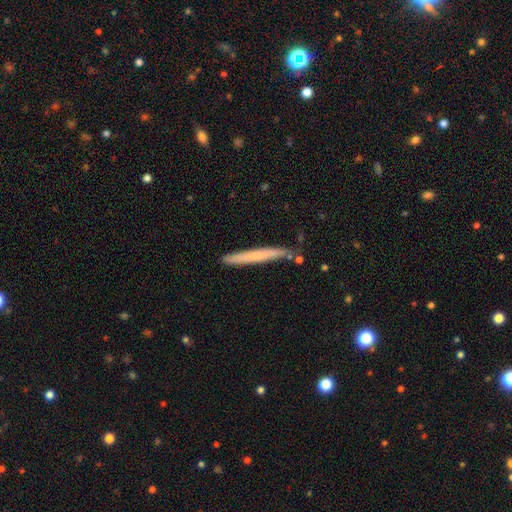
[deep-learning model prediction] A smooth galaxy with no disk features (64%) that is cigar-shaped (97%). Merging: none (83%).